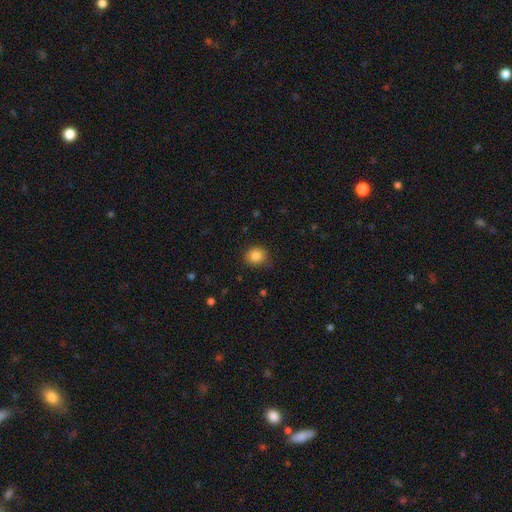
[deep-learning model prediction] smooth-or-featured: smooth: 86% | star or artifact: 10% | featured or disk: 4%
  how-rounded: round: 79% | in between: 20% | cigar-shaped: 1%
  merging: none: 83% | minor disturbance: 13% | major disturbance: 3% | merger: 1%